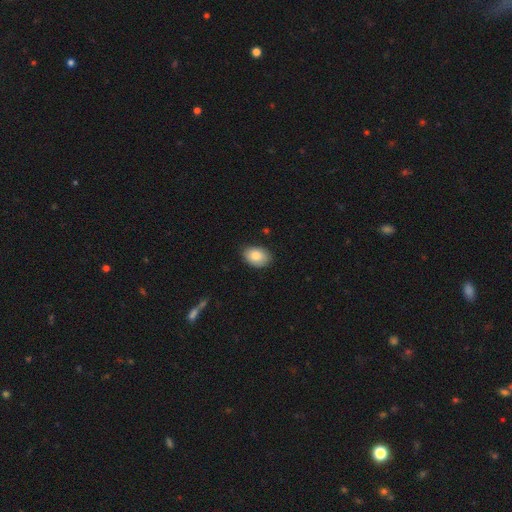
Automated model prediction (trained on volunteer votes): A smooth galaxy with no disk features (84%) that is in between round and cigar-shaped (80%).

Vote fractions:
- Smooth or featured? smooth: 84% / featured or disk: 9% / star or artifact: 7%
- How rounded? in between: 80% / round: 19% / cigar-shaped: 1%
- Merging? none: 83% / minor disturbance: 14% / major disturbance: 2% / merger: 1%